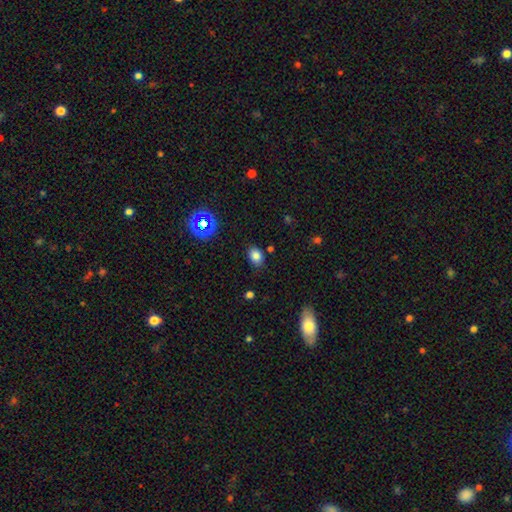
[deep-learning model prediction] Smooth or featured: smooth — 79% (star or artifact — 14%)
How rounded: in between — 75% (round — 24%)
Merging: none — 81% (minor disturbance — 14%)